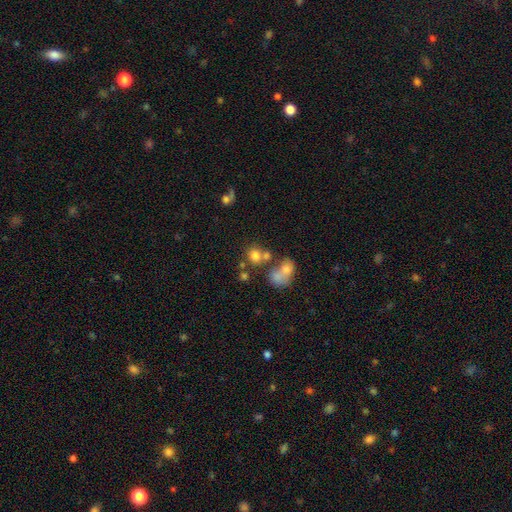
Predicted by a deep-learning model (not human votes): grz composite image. It shows a smooth galaxy with no disk features (74%) that is round (74%). Merging: none (49%).